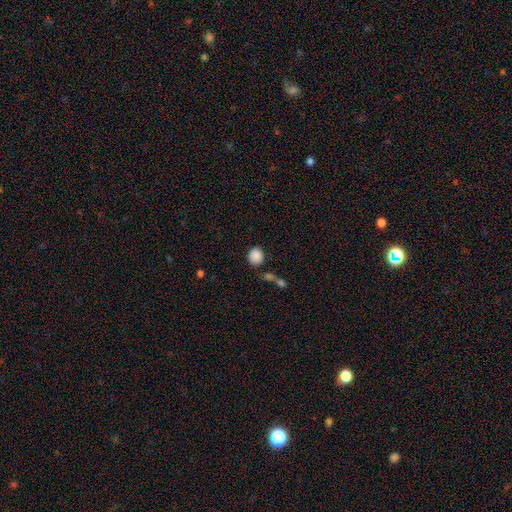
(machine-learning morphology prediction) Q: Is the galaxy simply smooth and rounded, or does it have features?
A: smooth — 88%.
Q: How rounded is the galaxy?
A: round — 79%.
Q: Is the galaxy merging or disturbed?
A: none — 75%.